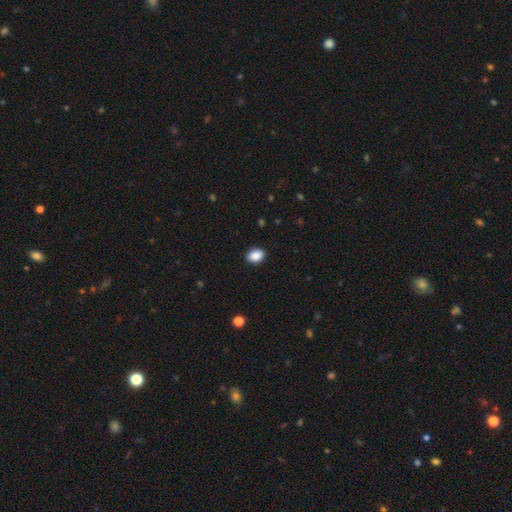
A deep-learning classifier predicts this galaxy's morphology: This is clearly a smooth galaxy (89%). How rounded: likely in between (73%). Merging: clearly none (90%).